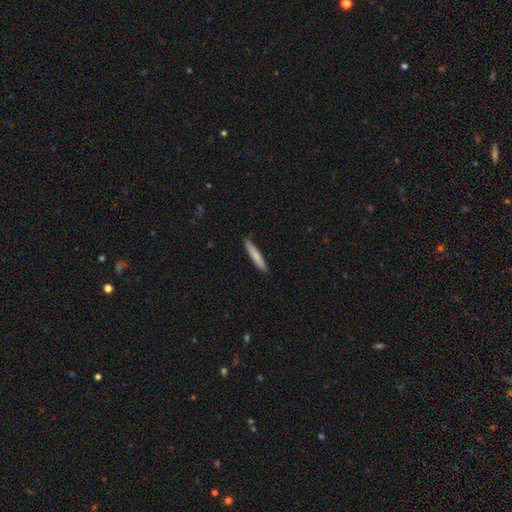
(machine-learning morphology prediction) This appears to be a smooth galaxy with no disk features (78%) that is cigar-shaped (92%). Merging: none (88%).